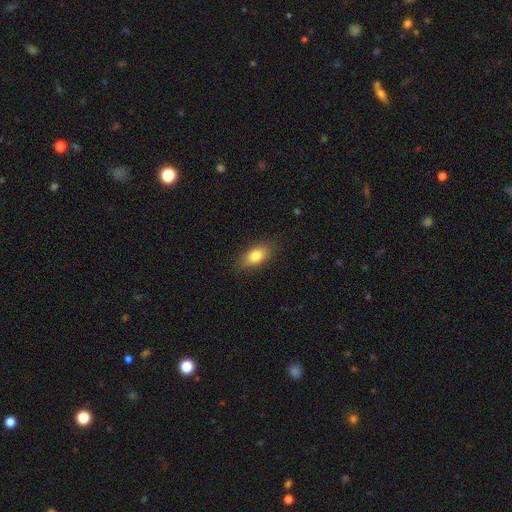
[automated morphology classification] smooth_or_featured: smooth (p=0.82) [alt: featured or disk p=0.10]
how_rounded: in between (p=0.86) [alt: round p=0.07]
merging: none (p=0.85) [alt: minor disturbance p=0.11]